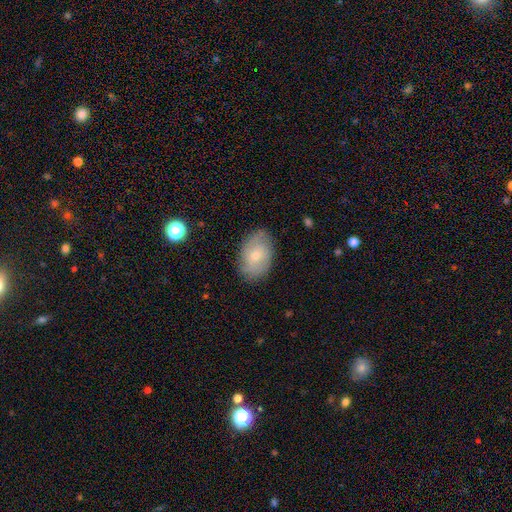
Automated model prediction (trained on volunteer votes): This appears to be a smooth galaxy with no disk features (52%) that is in between round and cigar-shaped (87%). Merging: none (80%).